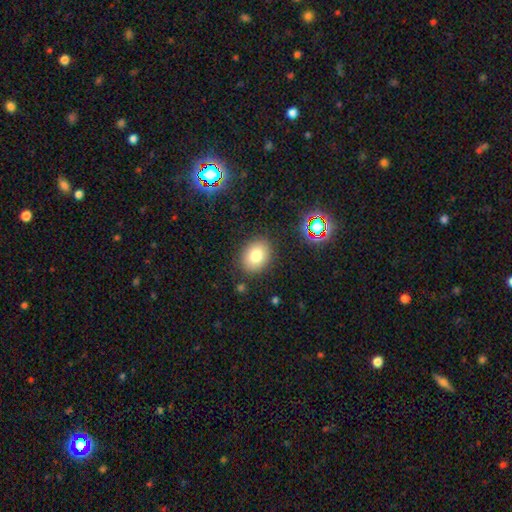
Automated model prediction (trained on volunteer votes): A smooth galaxy with no disk features (79%) that is in between round and cigar-shaped (56%). Merging: none (85%).